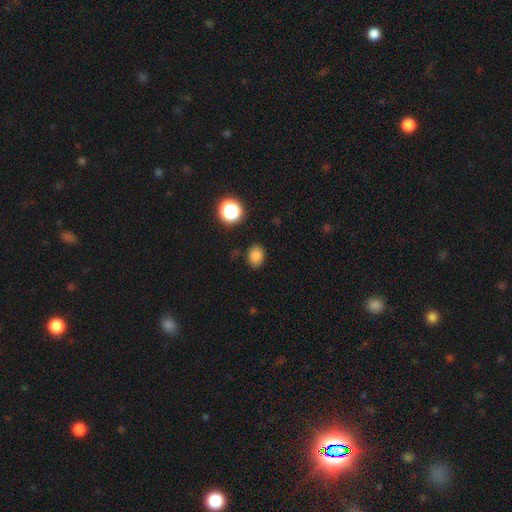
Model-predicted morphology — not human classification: Smooth or featured?
  - smooth: 80% *
  - star or artifact: 13%
  - featured or disk: 6%
How rounded?
  - in between: 57% *
  - round: 42%
  - cigar-shaped: 1%
Merging?
  - none: 85% *
  - minor disturbance: 10%
  - major disturbance: 3%
  - merger: 2%